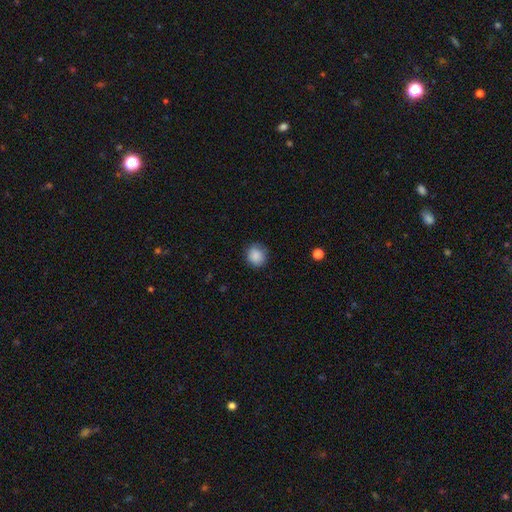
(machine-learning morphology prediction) smooth_or_featured: smooth (p=0.87) [alt: star or artifact p=0.08]
how_rounded: round (p=0.86) [alt: in between p=0.13]
merging: none (p=0.82) [alt: minor disturbance p=0.14]